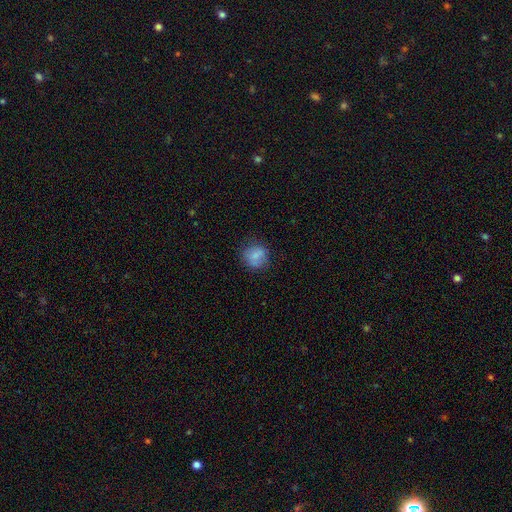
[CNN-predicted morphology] Smooth or featured?
  - smooth: 79% *
  - featured or disk: 12%
  - star or artifact: 9%
How rounded?
  - round: 82% *
  - in between: 17%
  - cigar-shaped: 1%
Merging?
  - none: 74% *
  - minor disturbance: 18%
  - major disturbance: 6%
  - merger: 2%